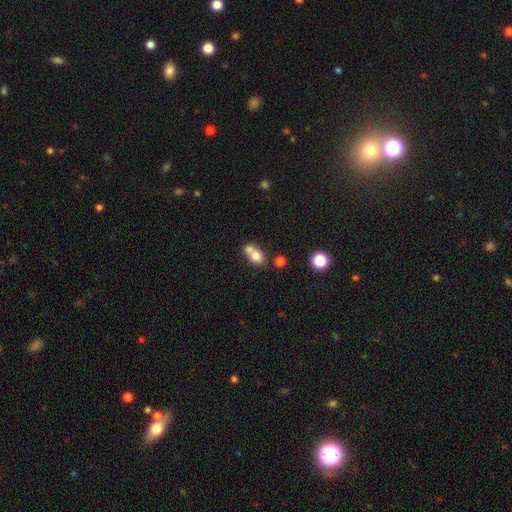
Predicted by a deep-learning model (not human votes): Smooth or featured?
  - smooth: 75% *
  - featured or disk: 14%
  - star or artifact: 11%
How rounded?
  - round: 54% *
  - in between: 44%
  - cigar-shaped: 2%
Merging?
  - merger: 60% *
  - none: 29%
  - minor disturbance: 8%
  - major disturbance: 4%